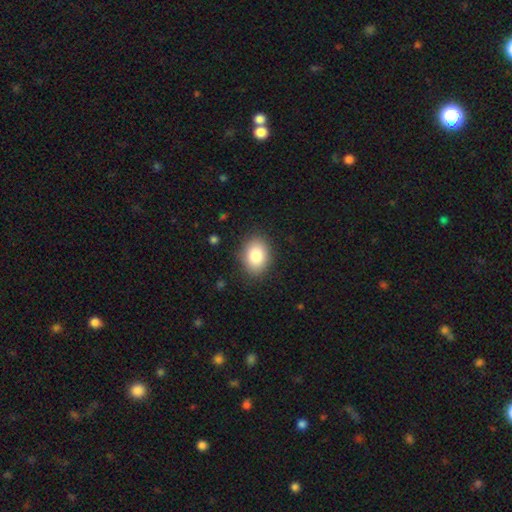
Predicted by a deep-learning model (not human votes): Smooth or featured? Predicted: smooth (p=0.84). How rounded? Predicted: in between (p=0.70). Merging? Predicted: none (p=0.86).